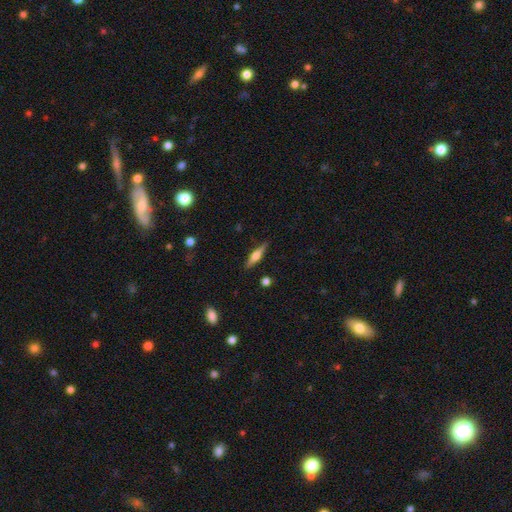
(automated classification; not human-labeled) Q: Smooth or featured?
A: featured or disk (55%); runner-up: smooth (39%)
Q: Edge-on disk?
A: yes (96%); runner-up: no (4%)
Q: Edge-on bulge?
A: rounded (83%); runner-up: boxy (13%)
Q: Merging?
A: none (87%); runner-up: minor disturbance (9%)